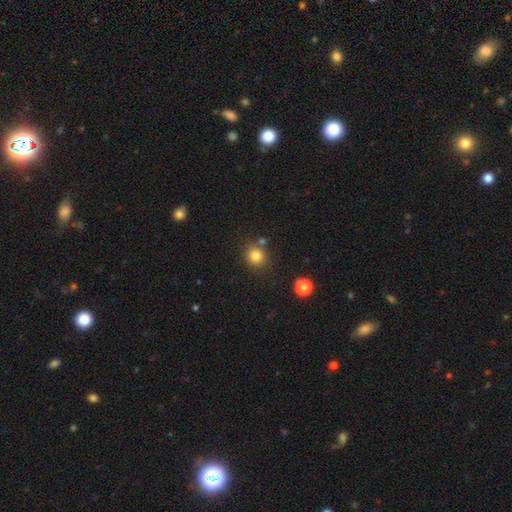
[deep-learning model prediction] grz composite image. It shows a smooth galaxy with no disk features (82%) that is round (86%). Merging: none (78%).